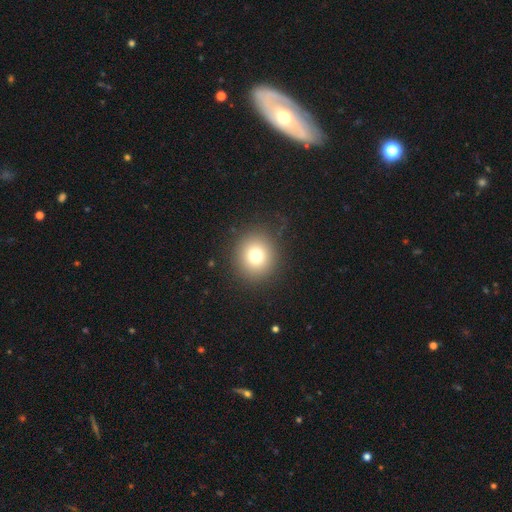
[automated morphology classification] Smooth or featured: smooth — 76% (star or artifact — 14%)
How rounded: round — 88% (in between — 11%)
Merging: none — 88% (minor disturbance — 7%)